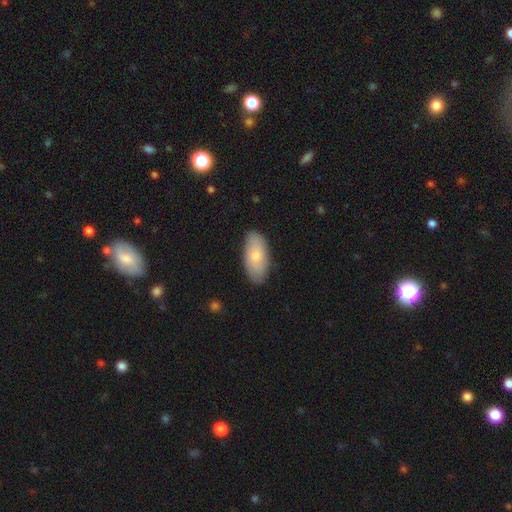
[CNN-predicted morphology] smooth-or-featured: smooth: 73% | featured or disk: 21% | star or artifact: 5%
  how-rounded: in between: 92% | cigar-shaped: 6% | round: 2%
  merging: none: 84% | minor disturbance: 13% | major disturbance: 2% | merger: 1%